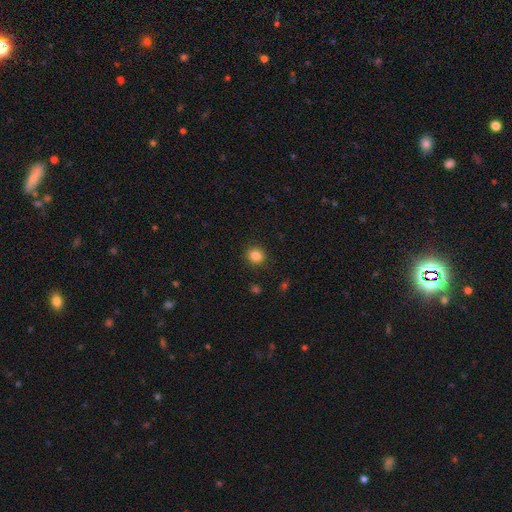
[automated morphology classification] smooth 86%, star or artifact 11%, featured or disk 4%. Down the decision tree: how rounded — round (70%); merging — none (88%).